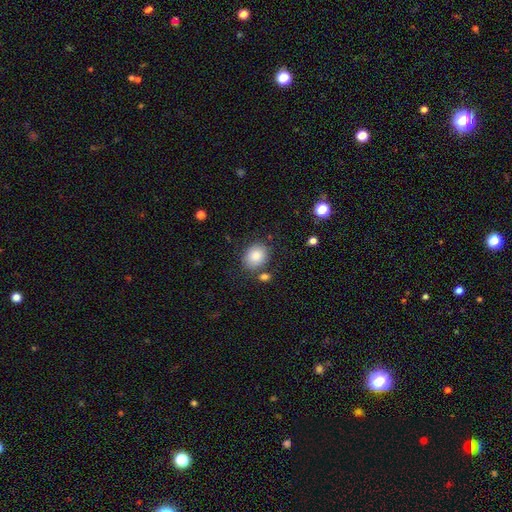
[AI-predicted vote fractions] Q: Smooth or featured?
A: smooth (84%); runner-up: star or artifact (8%)
Q: How rounded?
A: round (53%); runner-up: in between (46%)
Q: Merging?
A: none (77%); runner-up: minor disturbance (13%)